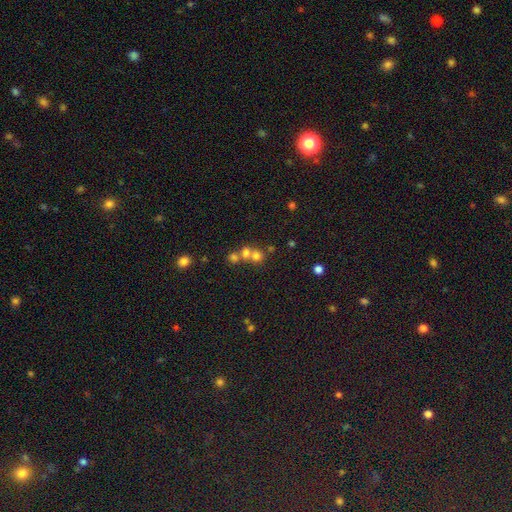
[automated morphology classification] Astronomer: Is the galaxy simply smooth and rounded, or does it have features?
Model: smooth — 66%.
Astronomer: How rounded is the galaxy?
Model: round — 85%.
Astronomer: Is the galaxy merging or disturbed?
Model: merger — 50% (runner-up: none, 41%).